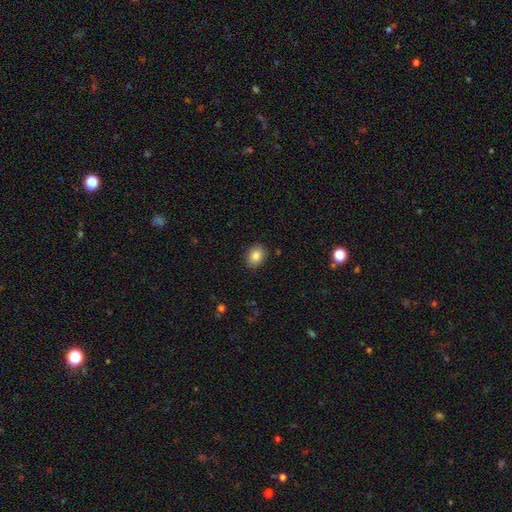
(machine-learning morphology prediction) A smooth galaxy with no disk features (86%) that is in between round and cigar-shaped (62%).

Vote fractions:
- Smooth or featured? smooth: 86% / star or artifact: 8% / featured or disk: 6%
- How rounded? in between: 62% / round: 37% / cigar-shaped: 1%
- Merging? none: 88% / minor disturbance: 9% / major disturbance: 2% / merger: 1%